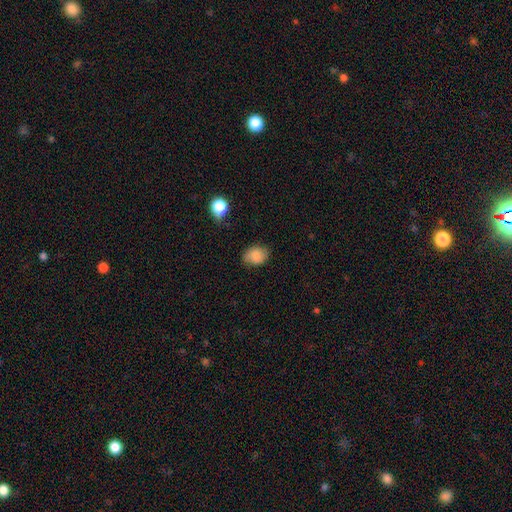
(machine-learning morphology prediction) A smooth galaxy with no disk features (83%) that is in between round and cigar-shaped (64%).

Vote fractions:
- Smooth or featured? smooth: 83% / star or artifact: 9% / featured or disk: 8%
- How rounded? in between: 64% / round: 35% / cigar-shaped: 1%
- Merging? none: 75% / minor disturbance: 20% / major disturbance: 4% / merger: 2%